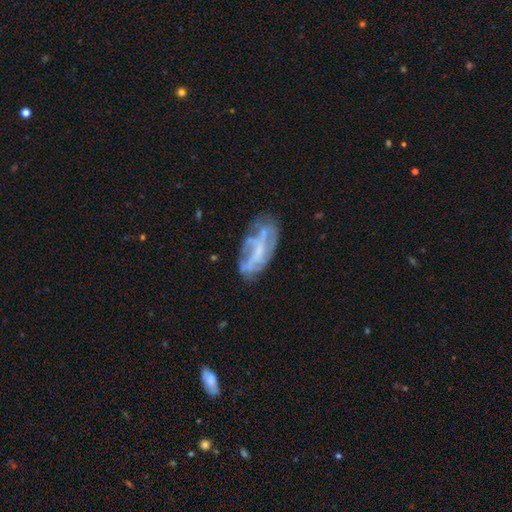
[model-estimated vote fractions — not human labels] featured or disk 58%, smooth 27%, star or artifact 14%. Down the decision tree: edge-on disk — no (86%); bar — no (60%); spiral arms — no (52%); bulge size — none (52%); merging — none (58%).